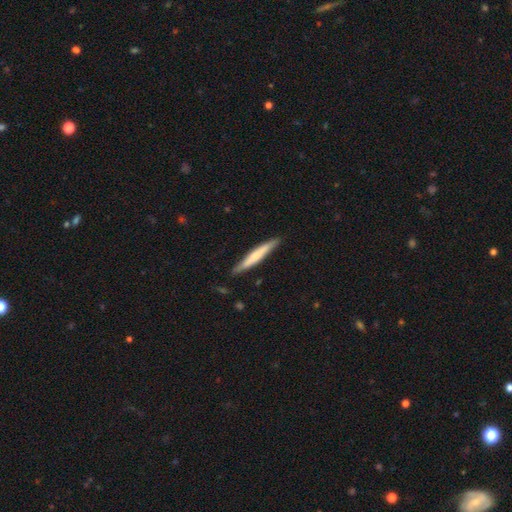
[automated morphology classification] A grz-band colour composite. It shows a smooth galaxy with no disk features (54%) that is cigar-shaped (95%). Merging: none (86%).